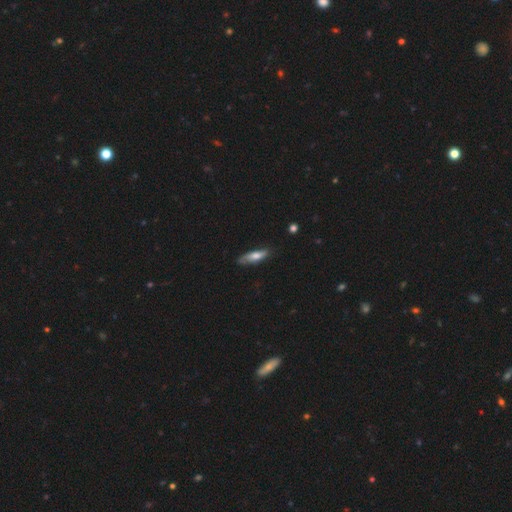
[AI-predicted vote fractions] Smooth or featured? Predicted: smooth (p=0.61). How rounded? Predicted: cigar-shaped (p=0.59). Merging? Predicted: none (p=0.74).